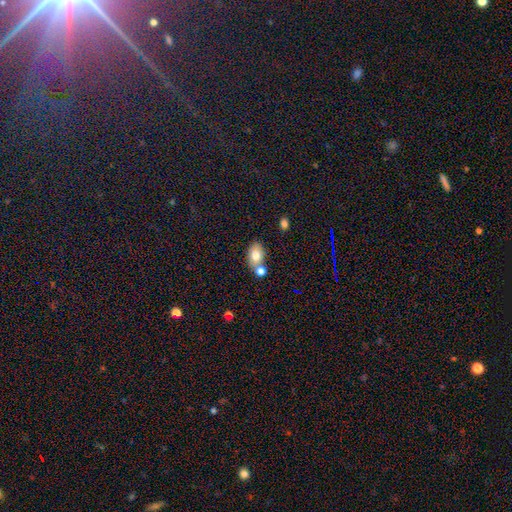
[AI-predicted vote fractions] Morphology: type=smooth (76%); roundness=in between (78%); merging=none (58%).